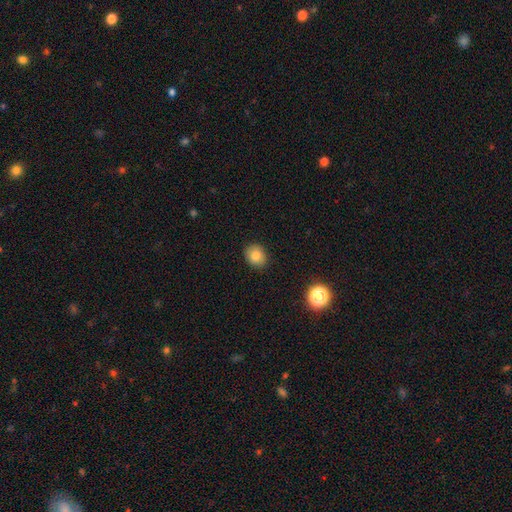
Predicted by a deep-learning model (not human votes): A smooth galaxy with no disk features (83%) that is round (60%).

Vote fractions:
- Smooth or featured? smooth: 83% / star or artifact: 11% / featured or disk: 6%
- How rounded? round: 60% / in between: 39% / cigar-shaped: 1%
- Merging? none: 87% / minor disturbance: 10% / major disturbance: 2% / merger: 1%